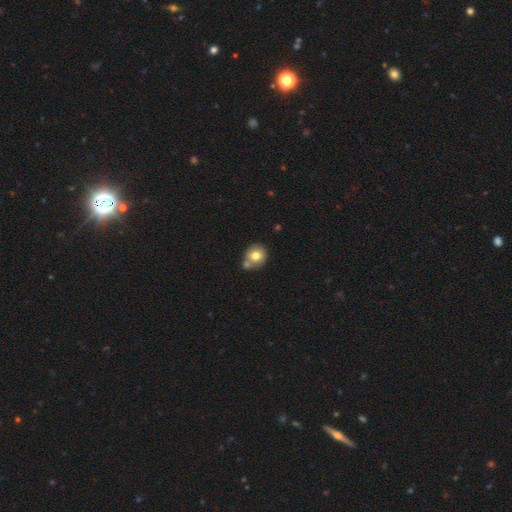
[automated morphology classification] smooth 75%, featured or disk 15%, star or artifact 9%. Down the decision tree: how rounded — round (78%); merging — none (55%).